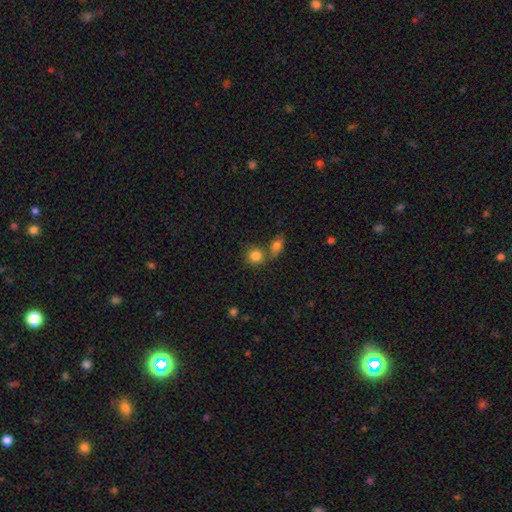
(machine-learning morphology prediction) Smooth or featured? smooth (83%)
How rounded? round (79%)
Merging? none (50%)